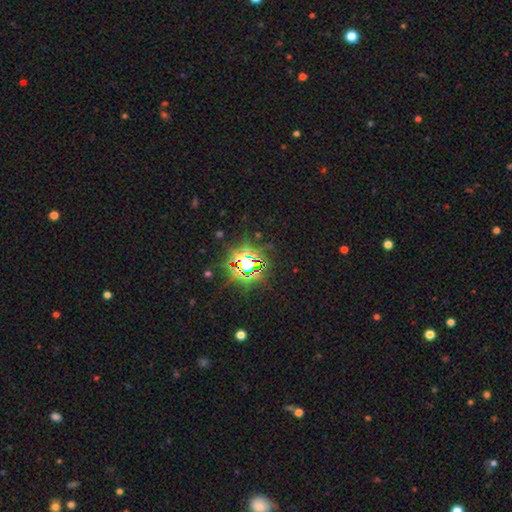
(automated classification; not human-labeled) This is clearly a star or artifact rather than a galaxy (81%).